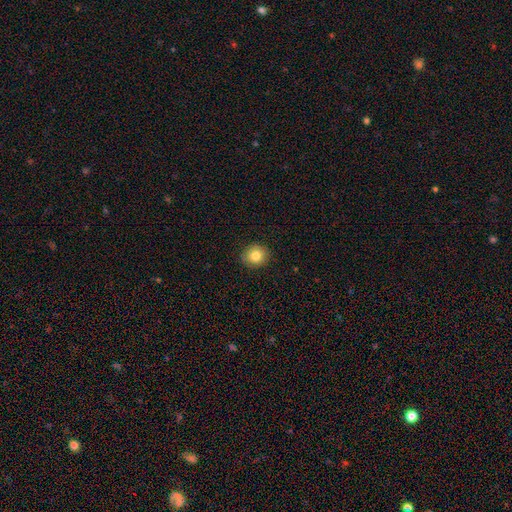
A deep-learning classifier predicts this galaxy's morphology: Q: Smooth or featured?
A: smooth (82%); runner-up: star or artifact (10%)
Q: How rounded?
A: round (84%); runner-up: in between (15%)
Q: Merging?
A: none (90%); runner-up: minor disturbance (7%)